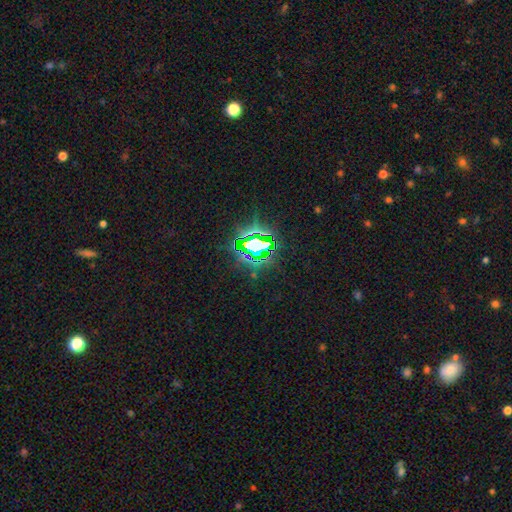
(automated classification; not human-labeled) This is clearly a star or artifact rather than a galaxy (82%).